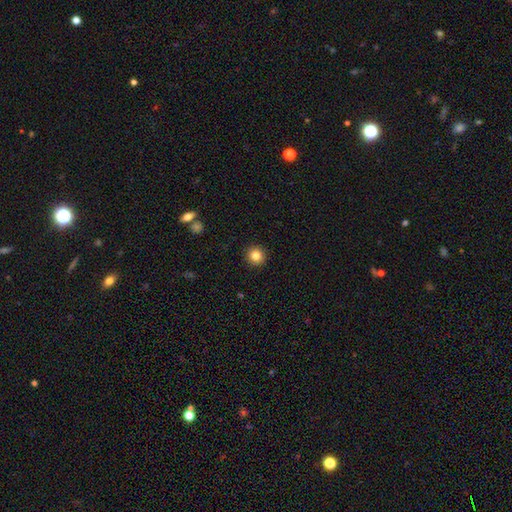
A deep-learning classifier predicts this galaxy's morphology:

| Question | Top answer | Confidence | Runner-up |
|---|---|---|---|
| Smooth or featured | smooth | 83% | star or artifact (11%) |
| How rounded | round | 94% | in between (5%) |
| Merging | none | 93% | minor disturbance (5%) |